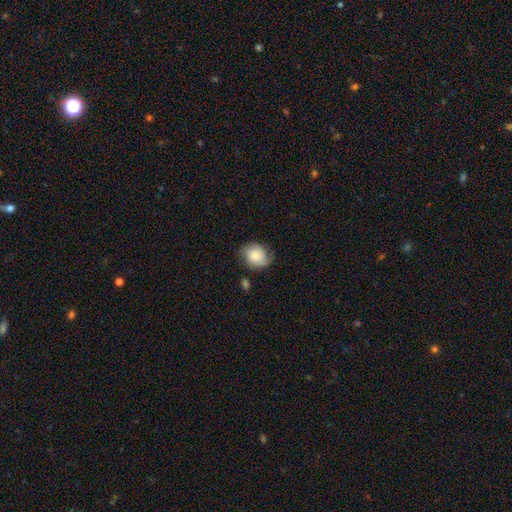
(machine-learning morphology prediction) Smooth or featured?
  - smooth: 51% *
  - featured or disk: 41%
  - star or artifact: 8%
How rounded?
  - round: 56% *
  - in between: 44%
  - cigar-shaped: 1%
Merging?
  - none: 60% *
  - minor disturbance: 28%
  - major disturbance: 10%
  - merger: 2%